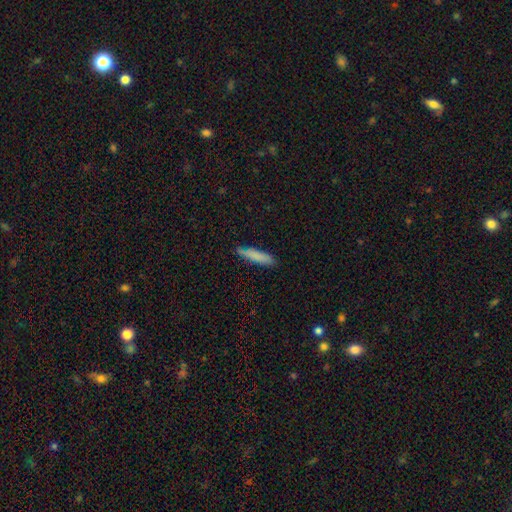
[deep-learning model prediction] A smooth galaxy with no disk features (81%) that is cigar-shaped (84%). Merging: none (77%).